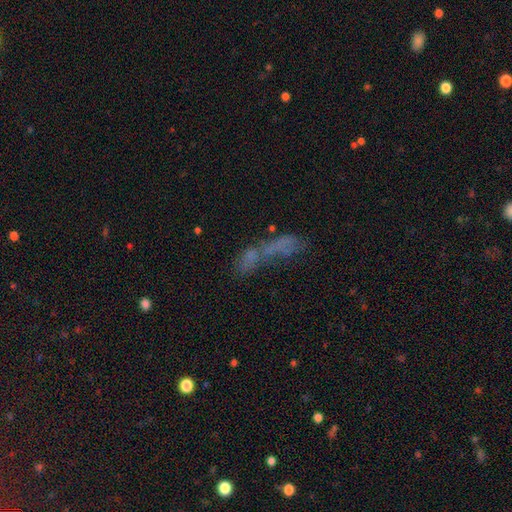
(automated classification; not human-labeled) A smooth galaxy with no disk features (43%). Merging: merger (45%).